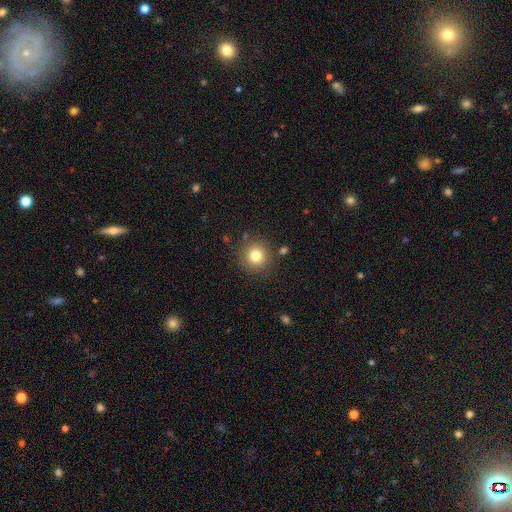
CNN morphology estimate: A smooth galaxy with no disk features (80%) that is round (94%). Merging: none (87%).